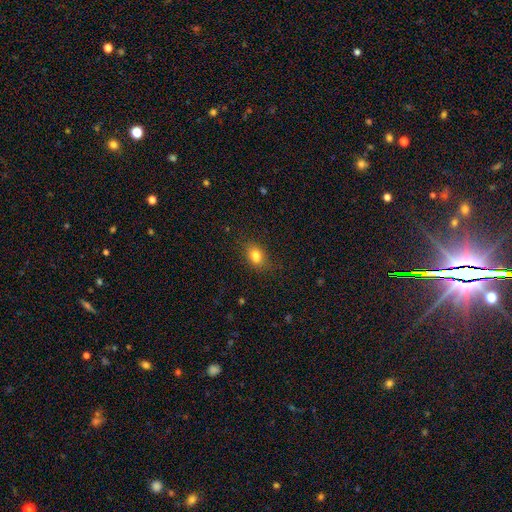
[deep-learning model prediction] Smooth or featured?
  - smooth: 81% *
  - star or artifact: 11%
  - featured or disk: 8%
How rounded?
  - in between: 70% *
  - round: 28%
  - cigar-shaped: 2%
Merging?
  - none: 81% *
  - minor disturbance: 14%
  - major disturbance: 4%
  - merger: 1%